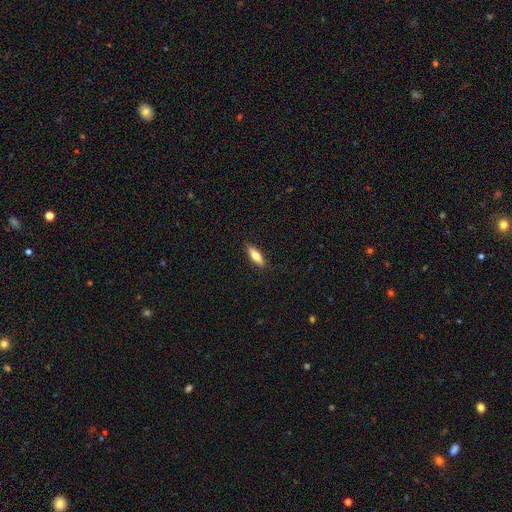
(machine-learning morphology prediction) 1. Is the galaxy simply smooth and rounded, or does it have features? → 62% smooth, 31% featured or disk, 6% star or artifact.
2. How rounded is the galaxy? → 56% cigar-shaped, 42% in between, 2% round.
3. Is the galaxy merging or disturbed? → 88% none, 9% minor disturbance, 2% major disturbance, 1% merger.